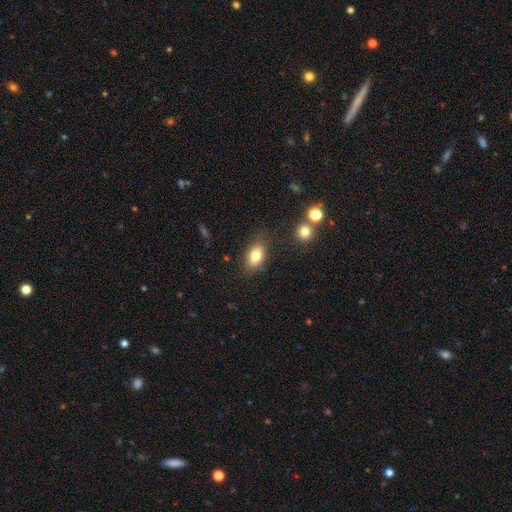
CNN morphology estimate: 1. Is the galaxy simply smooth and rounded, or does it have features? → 79% smooth, 12% featured or disk, 9% star or artifact.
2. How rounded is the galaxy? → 85% in between, 11% round, 4% cigar-shaped.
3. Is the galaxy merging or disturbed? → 79% none, 14% minor disturbance, 4% major disturbance, 3% merger.